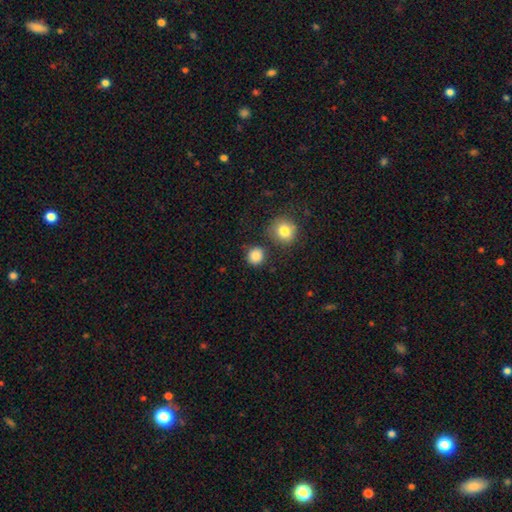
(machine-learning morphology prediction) The model was most divided on "merging": none: 83%, minor disturbance: 8%, merger: 5%, major disturbance: 3%. More confident: how rounded — round (91%); smooth or featured — smooth (86%).